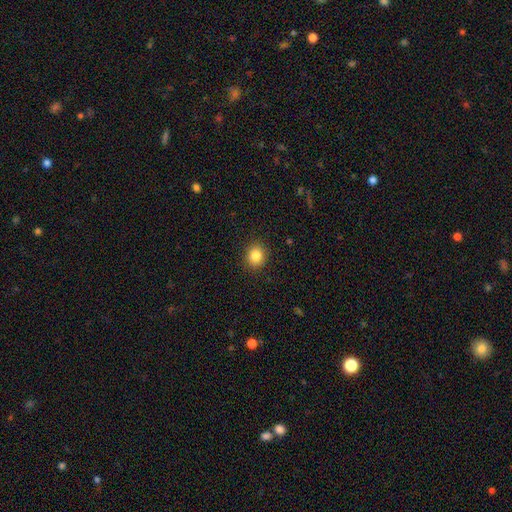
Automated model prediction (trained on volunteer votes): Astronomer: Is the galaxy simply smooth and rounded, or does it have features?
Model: smooth — 85%.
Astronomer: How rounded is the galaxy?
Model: round — 78%.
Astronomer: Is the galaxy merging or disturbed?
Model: none — 90%.